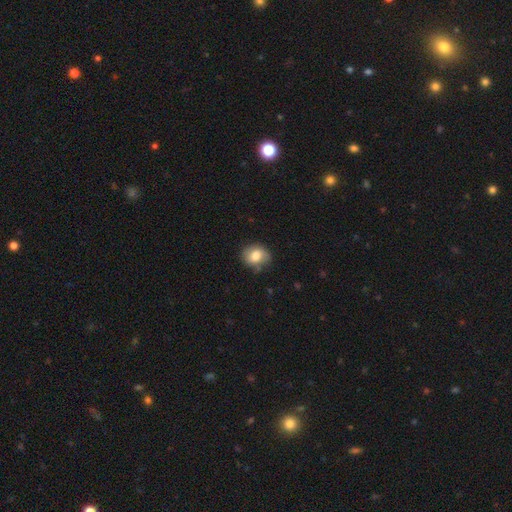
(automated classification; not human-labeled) Smooth or featured: smooth — 74% (featured or disk — 17%)
How rounded: round — 64% (in between — 35%)
Merging: none — 72% (minor disturbance — 22%)